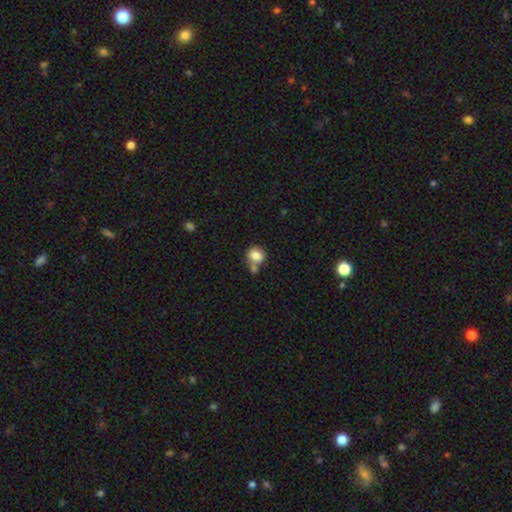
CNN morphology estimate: Smooth or featured?
  - smooth: 82% *
  - featured or disk: 9%
  - star or artifact: 9%
How rounded?
  - round: 65% *
  - in between: 34%
  - cigar-shaped: 1%
Merging?
  - none: 47% *
  - merger: 35%
  - minor disturbance: 14%
  - major disturbance: 5%